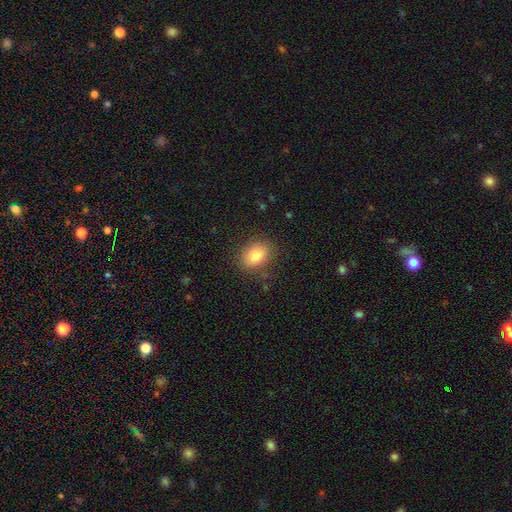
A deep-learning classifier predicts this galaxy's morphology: Overall: smooth (84%). How rounded: in between (78%). Merging: none (83%).